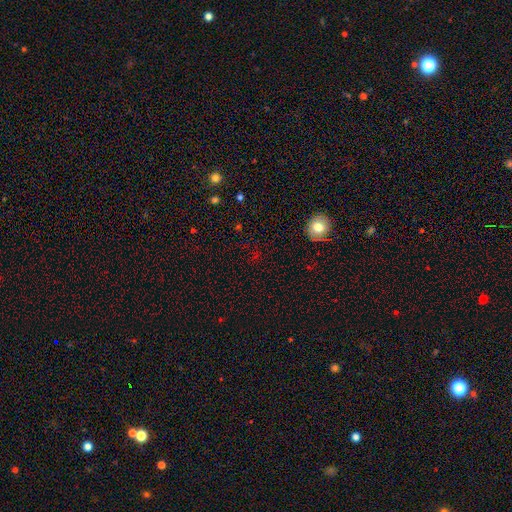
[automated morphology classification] type=star or artifact (48%).